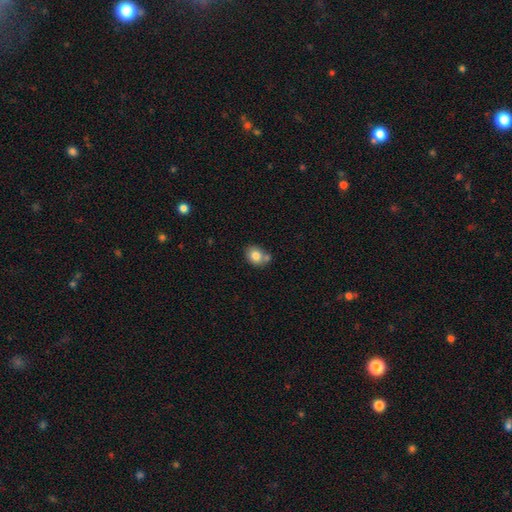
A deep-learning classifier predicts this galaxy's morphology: The model was most divided on "how rounded": round: 59%, in between: 40%, cigar-shaped: 1%. More confident: smooth or featured — smooth (81%); merging — none (52%).